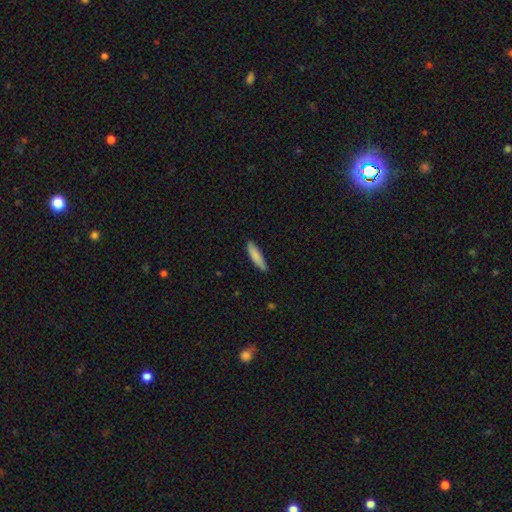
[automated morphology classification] A smooth galaxy with no disk features (85%) that is cigar-shaped (71%).

Vote fractions:
- Smooth or featured? smooth: 85% / featured or disk: 9% / star or artifact: 6%
- How rounded? cigar-shaped: 71% / in between: 27% / round: 1%
- Merging? none: 82% / minor disturbance: 15% / major disturbance: 2% / merger: 1%